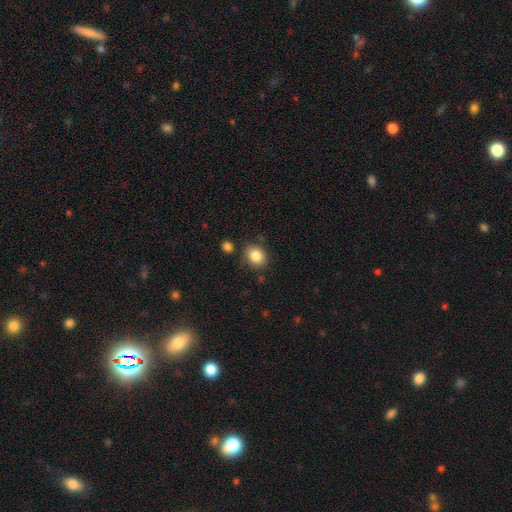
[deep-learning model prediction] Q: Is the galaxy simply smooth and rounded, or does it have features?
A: smooth — 84%.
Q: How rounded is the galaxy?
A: round — 65%.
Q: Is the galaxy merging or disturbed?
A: none — 80%.